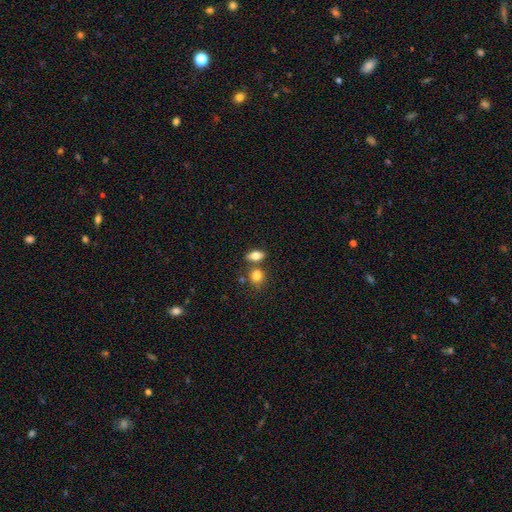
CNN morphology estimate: The model was most divided on "merging": none: 66%, merger: 20%, minor disturbance: 11%, major disturbance: 3%. More confident: how rounded — in between (79%); smooth or featured — smooth (75%).